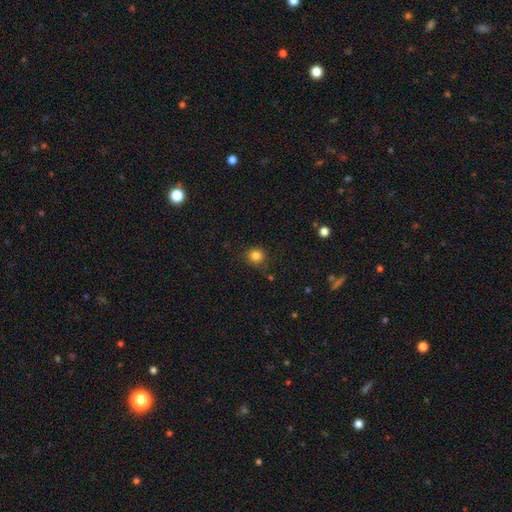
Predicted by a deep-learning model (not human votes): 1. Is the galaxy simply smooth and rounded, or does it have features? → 83% smooth, 12% star or artifact, 4% featured or disk.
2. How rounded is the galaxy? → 91% round, 8% in between, 1% cigar-shaped.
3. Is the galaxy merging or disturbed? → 85% none, 10% minor disturbance, 3% major disturbance, 2% merger.